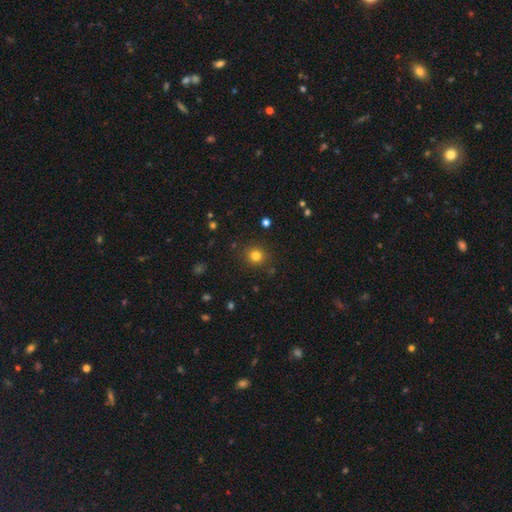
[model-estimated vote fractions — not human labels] Smooth or featured?
  - smooth: 80% *
  - star or artifact: 14%
  - featured or disk: 6%
How rounded?
  - round: 91% *
  - in between: 8%
  - cigar-shaped: 1%
Merging?
  - none: 89% *
  - minor disturbance: 7%
  - major disturbance: 3%
  - merger: 2%